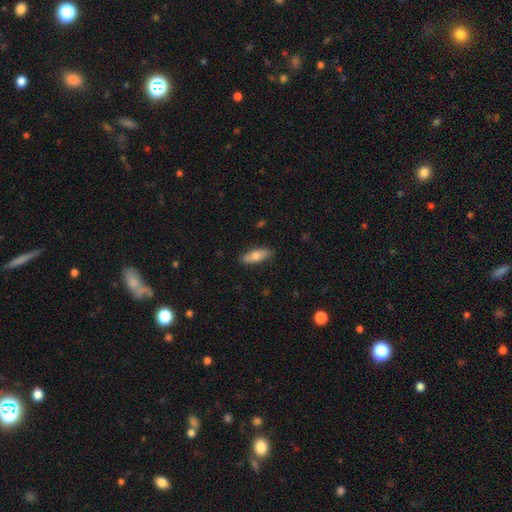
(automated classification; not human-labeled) Smooth or featured?
  - smooth: 70% *
  - featured or disk: 24%
  - star or artifact: 6%
How rounded?
  - in between: 70% *
  - cigar-shaped: 27%
  - round: 3%
Merging?
  - none: 85% *
  - minor disturbance: 11%
  - major disturbance: 2%
  - merger: 1%